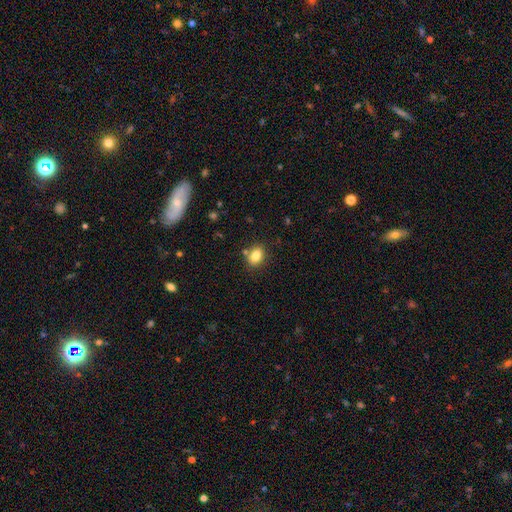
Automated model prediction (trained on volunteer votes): smooth_or_featured: smooth (p=0.82) [alt: star or artifact p=0.10]
how_rounded: in between (p=0.56) [alt: round p=0.43]
merging: none (p=0.77) [alt: minor disturbance p=0.12]